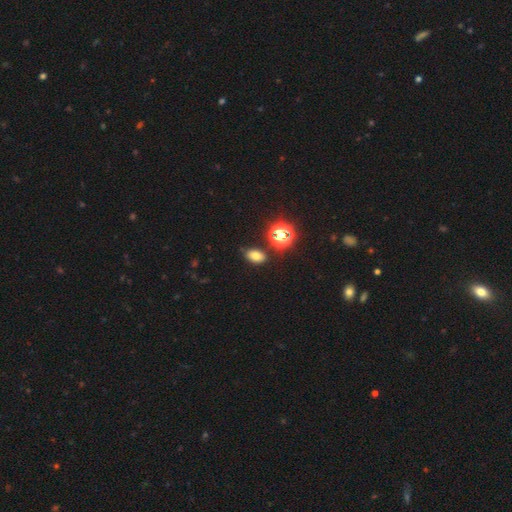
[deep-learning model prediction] The model was most divided on "smooth or featured": smooth: 71%, star or artifact: 20%, featured or disk: 8%. More confident: how rounded — in between (83%); merging — none (82%).